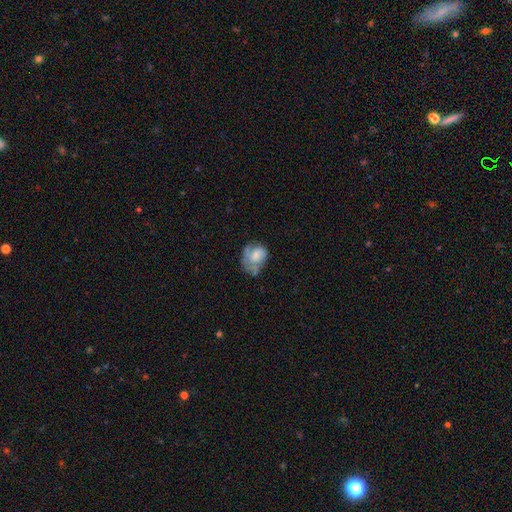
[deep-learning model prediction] A smooth galaxy with no disk features (48%).

Vote fractions:
- Smooth or featured? smooth: 48% / featured or disk: 43% / star or artifact: 8%
- Merging? none: 38% / minor disturbance: 31% / major disturbance: 26% / merger: 5%